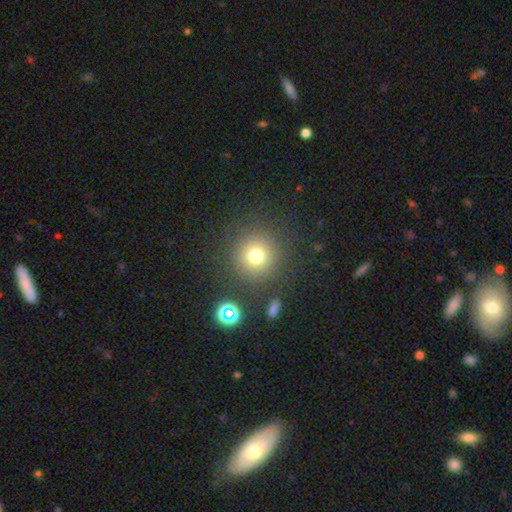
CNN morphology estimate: A smooth galaxy with no disk features (74%) that is round (95%). Merging: none (86%).